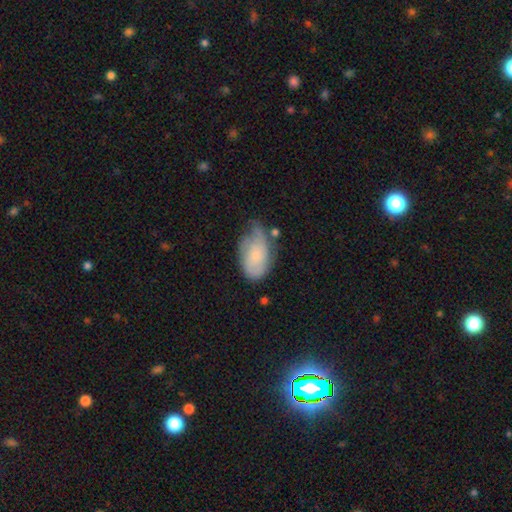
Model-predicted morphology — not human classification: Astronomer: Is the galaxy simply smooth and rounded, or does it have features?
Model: smooth — 55% (runner-up: featured or disk, 38%).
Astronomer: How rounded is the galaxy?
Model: in between — 92%.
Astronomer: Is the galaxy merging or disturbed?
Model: minor disturbance — 41% (runner-up: none, 38%).